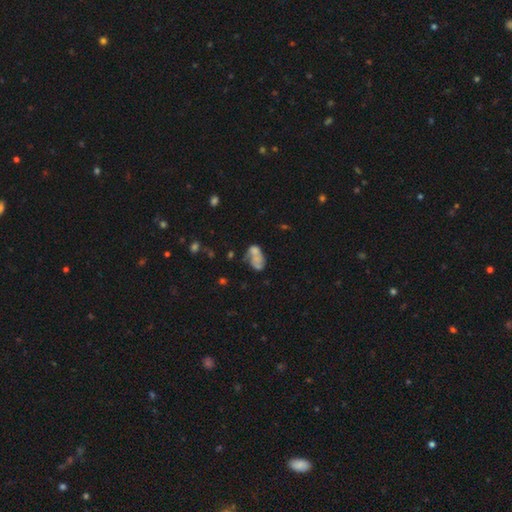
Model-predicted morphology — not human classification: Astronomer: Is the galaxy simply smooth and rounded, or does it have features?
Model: smooth — 54% (runner-up: featured or disk, 34%).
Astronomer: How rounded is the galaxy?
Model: in between — 86%.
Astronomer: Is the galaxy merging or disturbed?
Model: merger — 34% (runner-up: none, 25%).